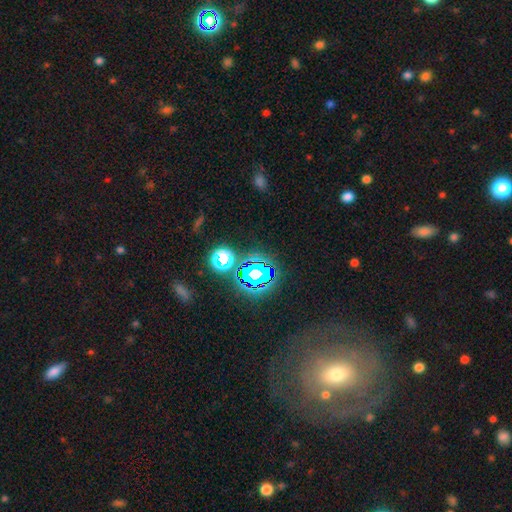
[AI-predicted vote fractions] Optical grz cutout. It shows a star or artifact, not a galaxy (53%).